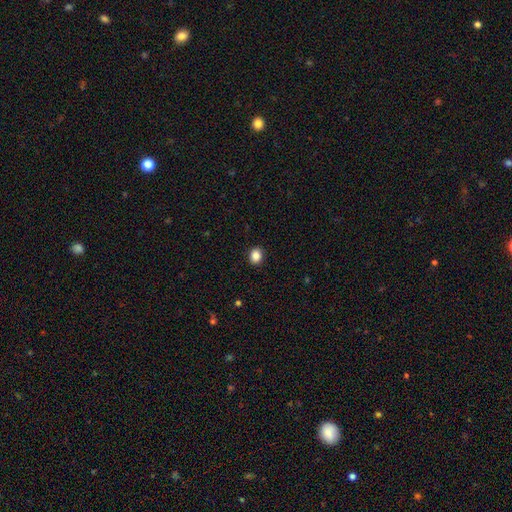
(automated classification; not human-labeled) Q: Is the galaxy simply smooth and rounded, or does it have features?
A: smooth — 86%.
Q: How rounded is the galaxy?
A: round — 61%.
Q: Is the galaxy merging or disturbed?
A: none — 91%.